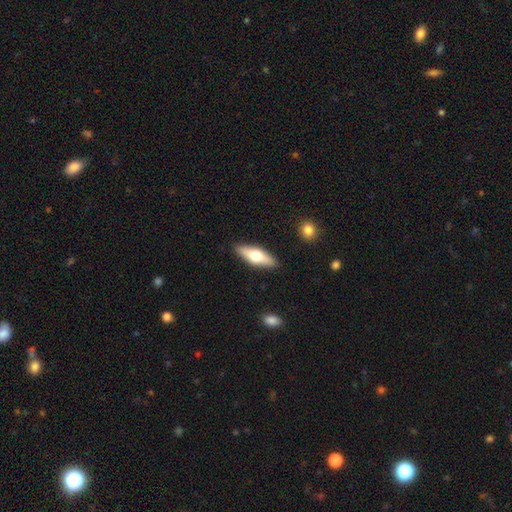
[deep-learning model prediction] A smooth galaxy with no disk features (54%) that is in between round and cigar-shaped (54%).

Vote fractions:
- Smooth or featured? smooth: 54% / featured or disk: 41% / star or artifact: 5%
- How rounded? in between: 54% / cigar-shaped: 44% / round: 3%
- Merging? none: 89% / minor disturbance: 8% / major disturbance: 2% / merger: 1%